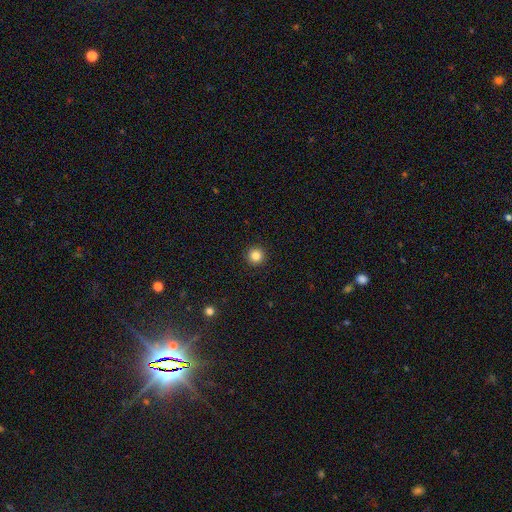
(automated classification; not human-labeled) Smooth or featured? smooth (86%)
How rounded? round (96%)
Merging? none (93%)